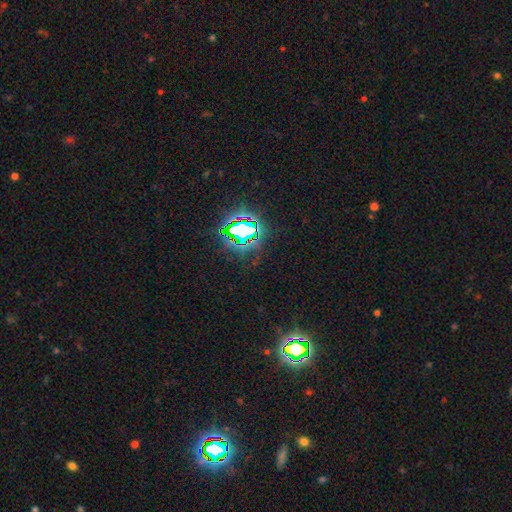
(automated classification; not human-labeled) A star or artifact, not a galaxy (83%).

Vote fractions:
- Smooth or featured? star or artifact: 83% / smooth: 10% / featured or disk: 7%